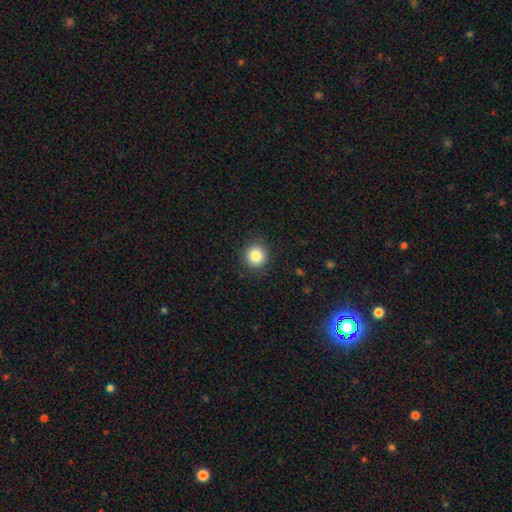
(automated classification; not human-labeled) Q: Smooth or featured?
A: smooth (84%); runner-up: star or artifact (10%)
Q: How rounded?
A: round (93%); runner-up: in between (6%)
Q: Merging?
A: none (91%); runner-up: minor disturbance (6%)